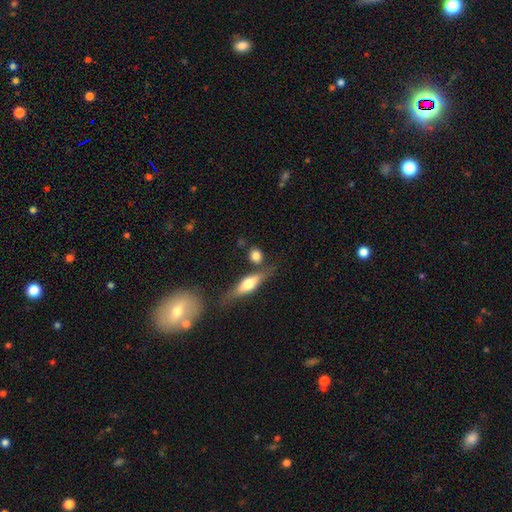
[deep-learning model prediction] A smooth galaxy with no disk features (76%) that is round (59%).

Vote fractions:
- Smooth or featured? smooth: 76% / featured or disk: 15% / star or artifact: 9%
- How rounded? round: 59% / in between: 32% / cigar-shaped: 9%
- Merging? none: 69% / merger: 14% / minor disturbance: 13% / major disturbance: 5%